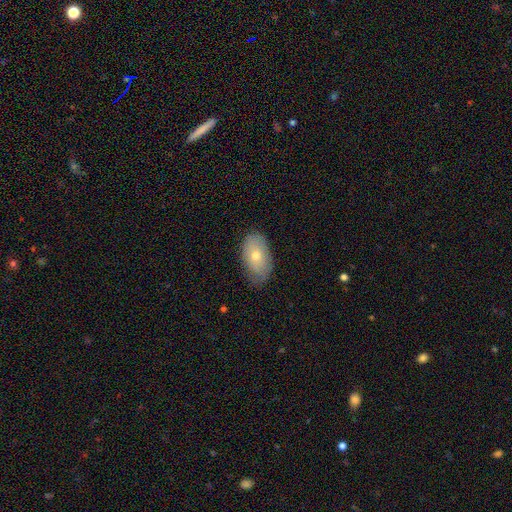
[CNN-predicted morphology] A smooth galaxy with no disk features (66%) that is in between round and cigar-shaped (92%).

Vote fractions:
- Smooth or featured? smooth: 66% / featured or disk: 26% / star or artifact: 8%
- How rounded? in between: 92% / round: 7% / cigar-shaped: 2%
- Merging? none: 74% / minor disturbance: 21% / major disturbance: 4% / merger: 1%